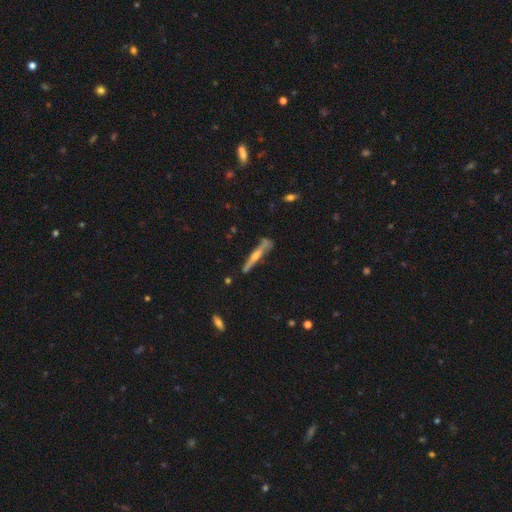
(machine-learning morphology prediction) Smooth or featured? Predicted: featured or disk (p=0.67). Edge-on disk? Predicted: yes (p=0.94). Edge-on bulge? Predicted: rounded (p=0.76). Merging? Predicted: none (p=0.73).